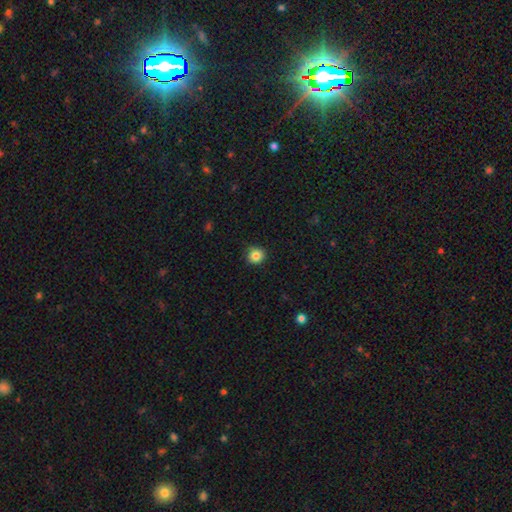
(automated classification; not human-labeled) This is clearly a smooth galaxy (84%). How rounded: clearly round (93%). Merging: clearly none (90%).